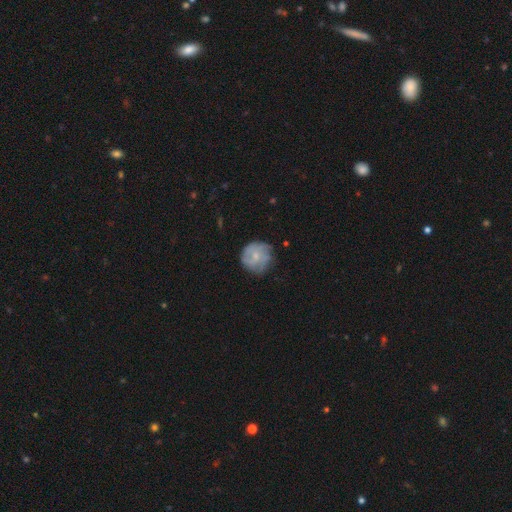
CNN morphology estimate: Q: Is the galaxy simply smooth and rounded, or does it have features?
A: featured or disk — 50%.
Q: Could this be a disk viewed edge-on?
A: no — 98%.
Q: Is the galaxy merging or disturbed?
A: none — 69%.